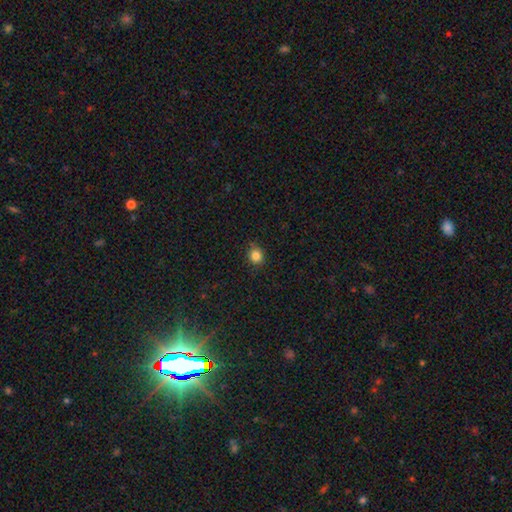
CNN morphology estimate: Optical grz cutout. It shows a smooth galaxy with no disk features (84%) that is round (82%). Merging: none (83%).